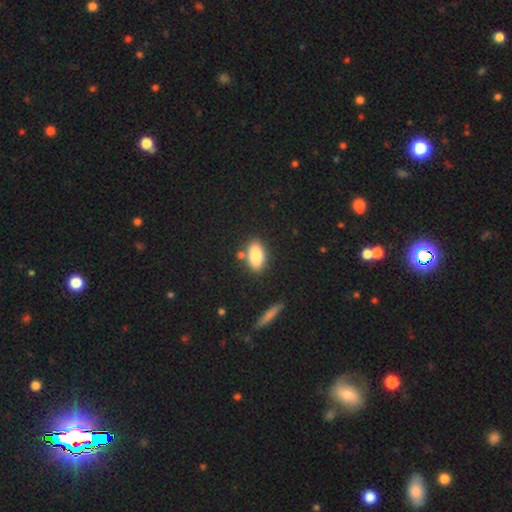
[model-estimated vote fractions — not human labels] A smooth galaxy with no disk features (82%) that is in between round and cigar-shaped (90%). Merging: none (77%).